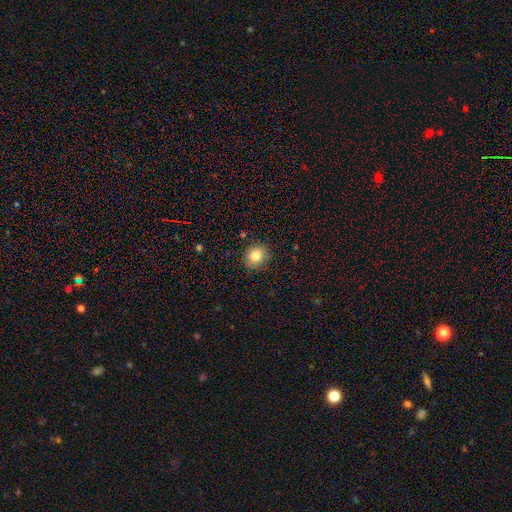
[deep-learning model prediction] smooth_or_featured: smooth (p=0.79) [alt: star or artifact p=0.12]
how_rounded: round (p=0.76) [alt: in between p=0.24]
merging: none (p=0.86) [alt: minor disturbance p=0.10]